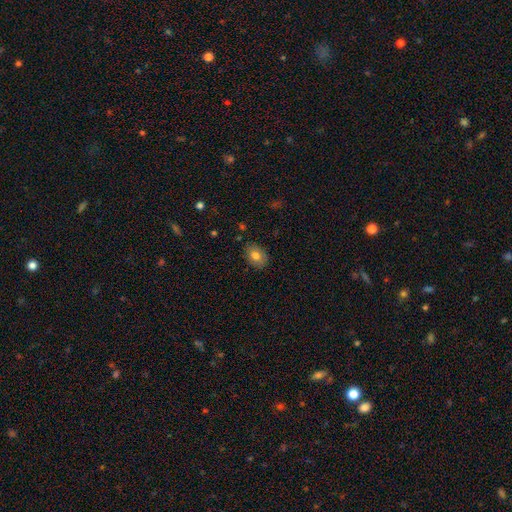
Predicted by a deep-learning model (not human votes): A smooth galaxy with no disk features (76%) that is in between round and cigar-shaped (74%). Merging: none (84%).